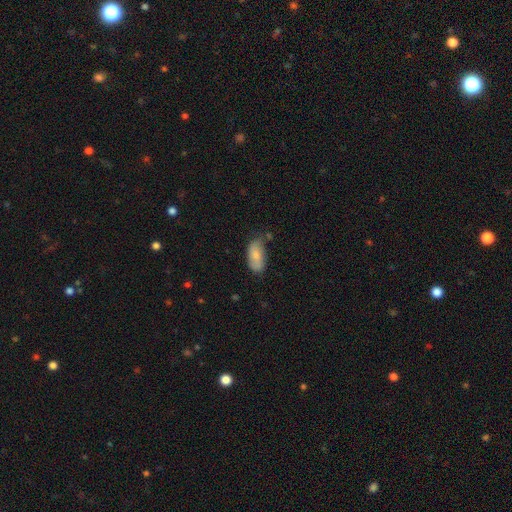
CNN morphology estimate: type=smooth (76%); roundness=in between (92%); merging=none (60%).